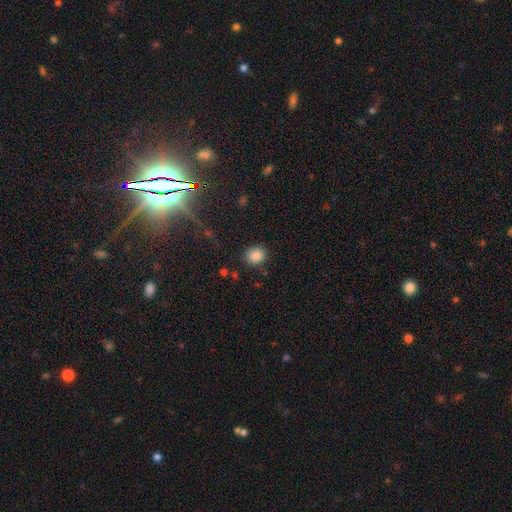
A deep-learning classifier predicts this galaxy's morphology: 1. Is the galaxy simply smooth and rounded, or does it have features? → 86% smooth, 10% star or artifact, 4% featured or disk.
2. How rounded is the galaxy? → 75% round, 24% in between, 1% cigar-shaped.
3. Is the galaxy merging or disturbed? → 85% none, 10% minor disturbance, 3% major disturbance, 2% merger.